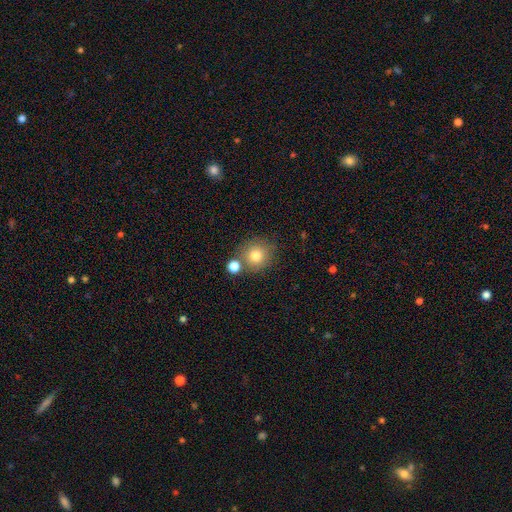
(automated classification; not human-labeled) A smooth galaxy with no disk features (79%) that is round (89%).

Vote fractions:
- Smooth or featured? smooth: 79% / star or artifact: 11% / featured or disk: 10%
- How rounded? round: 89% / in between: 10% / cigar-shaped: 1%
- Merging? none: 69% / merger: 17% / minor disturbance: 10% / major disturbance: 3%